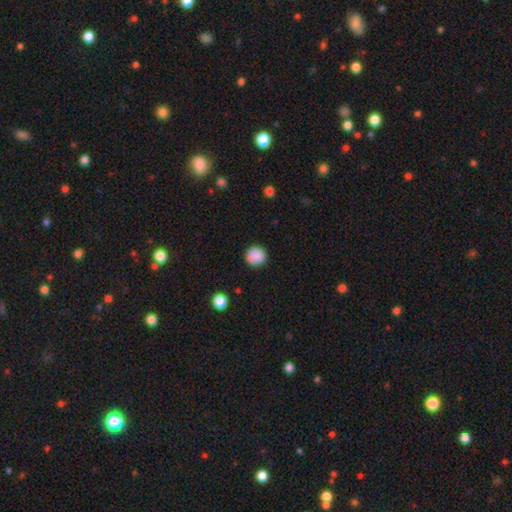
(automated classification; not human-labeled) The model was most divided on "merging": none: 79%, minor disturbance: 13%, merger: 5%, major disturbance: 3%. More confident: how rounded — round (92%); smooth or featured — smooth (85%).